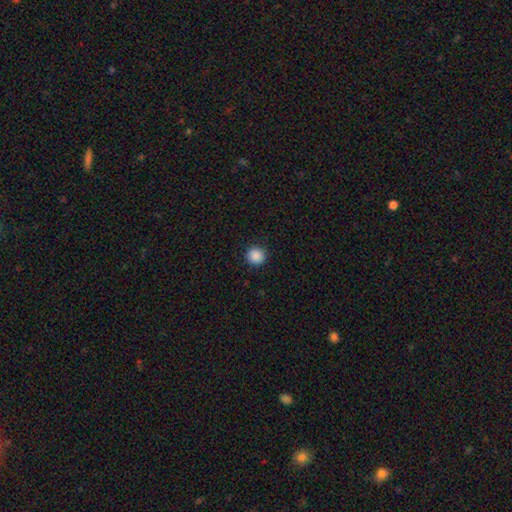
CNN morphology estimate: smooth-or-featured: smooth: 88% | star or artifact: 9% | featured or disk: 2%
  how-rounded: round: 95% | in between: 4% | cigar-shaped: 1%
  merging: none: 92% | minor disturbance: 5% | major disturbance: 2% | merger: 1%